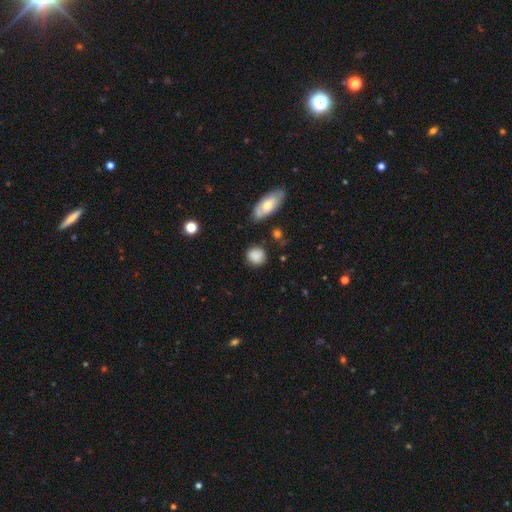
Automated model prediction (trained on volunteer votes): smooth-or-featured: smooth: 84% | star or artifact: 8% | featured or disk: 7%
  how-rounded: round: 75% | in between: 23% | cigar-shaped: 2%
  merging: none: 75% | minor disturbance: 17% | major disturbance: 4% | merger: 3%